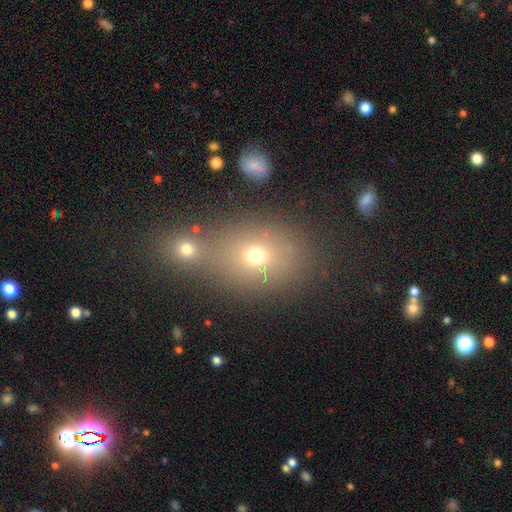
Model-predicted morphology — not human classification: Smooth or featured? Predicted: smooth (p=0.67). How rounded? Predicted: in between (p=0.53). Merging? Predicted: none (p=0.43, tied with merger).